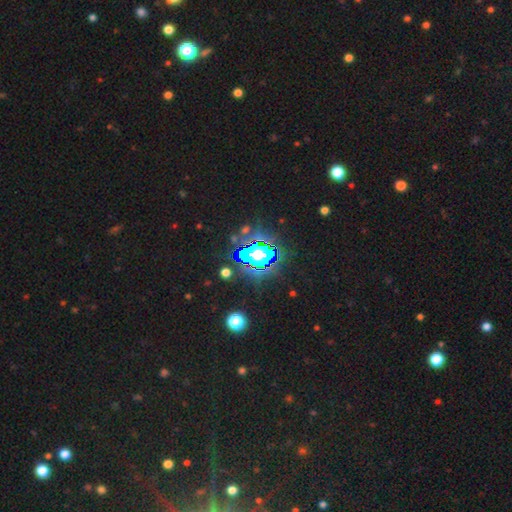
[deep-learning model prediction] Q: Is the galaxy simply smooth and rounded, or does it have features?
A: star or artifact — 62%.